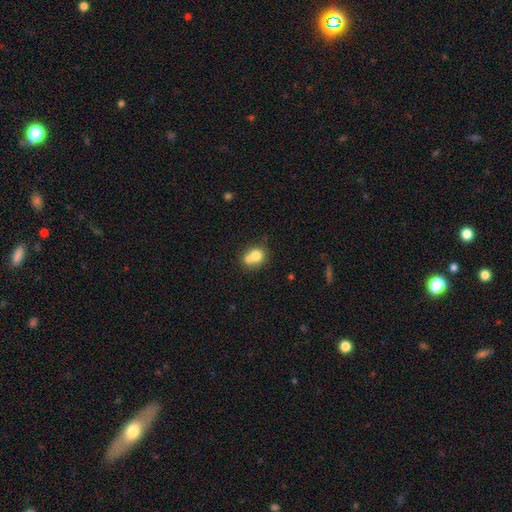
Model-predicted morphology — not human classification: smooth 72%, featured or disk 18%, star or artifact 10%. Down the decision tree: how rounded — round (68%); merging — merger (54%).